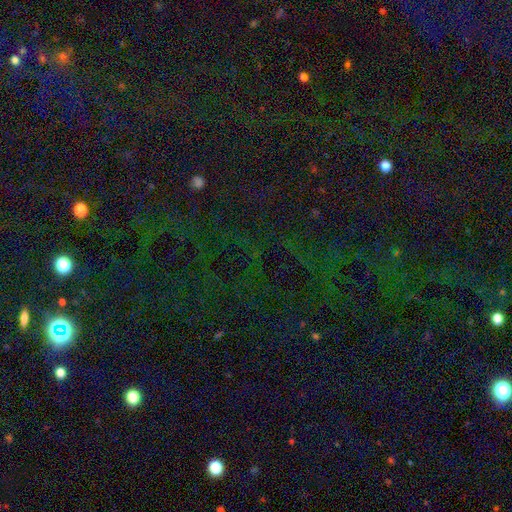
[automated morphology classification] Smooth or featured? Predicted: star or artifact (p=0.78).